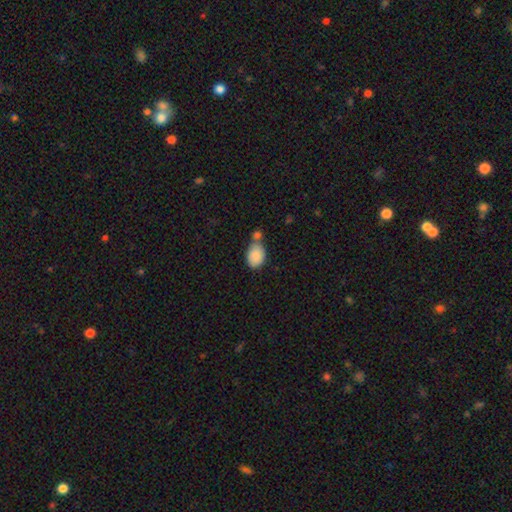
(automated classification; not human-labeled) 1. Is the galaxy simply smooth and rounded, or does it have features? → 87% smooth, 7% star or artifact, 6% featured or disk.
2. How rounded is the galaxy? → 80% in between, 19% round, 1% cigar-shaped.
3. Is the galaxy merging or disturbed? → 46% none, 32% merger, 17% minor disturbance, 5% major disturbance.